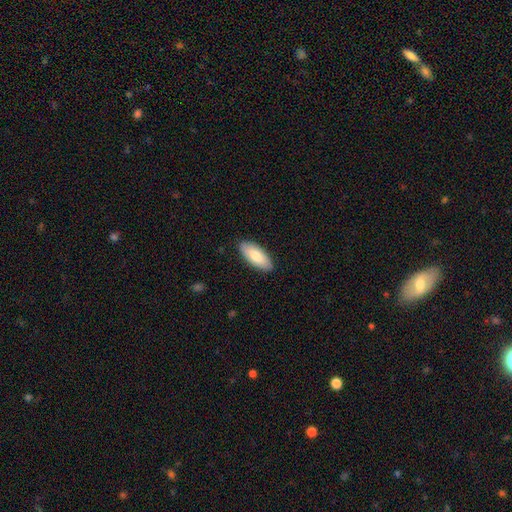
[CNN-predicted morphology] Smooth or featured: smooth — 79% (featured or disk — 16%)
How rounded: in between — 87% (cigar-shaped — 11%)
Merging: none — 88% (minor disturbance — 9%)